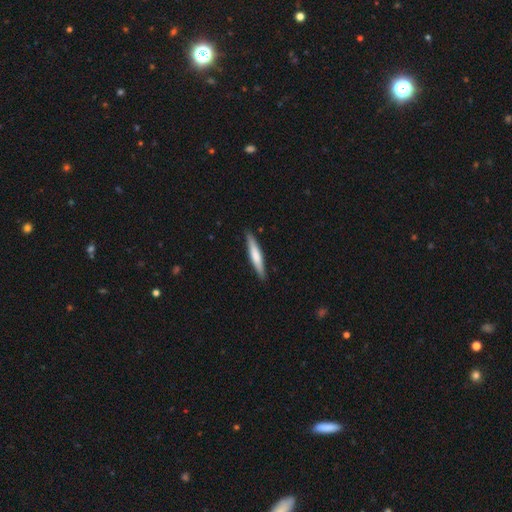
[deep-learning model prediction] Smooth or featured: smooth — 62% (featured or disk — 34%)
How rounded: cigar-shaped — 92% (in between — 7%)
Merging: none — 90% (minor disturbance — 7%)